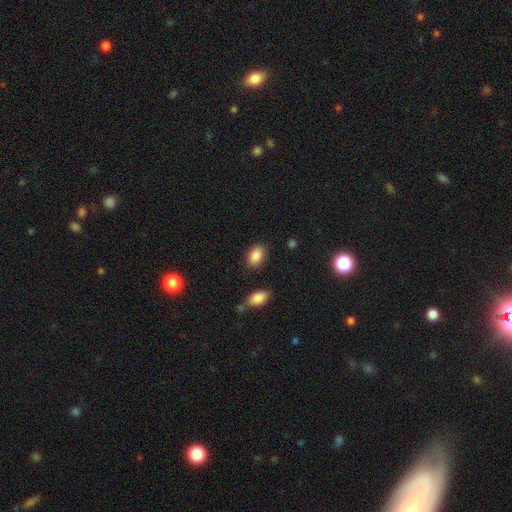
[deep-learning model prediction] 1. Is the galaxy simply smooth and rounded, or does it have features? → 88% smooth, 8% star or artifact, 5% featured or disk.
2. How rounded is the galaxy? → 86% in between, 12% round, 2% cigar-shaped.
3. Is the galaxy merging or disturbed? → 83% none, 11% minor disturbance, 3% major disturbance, 3% merger.